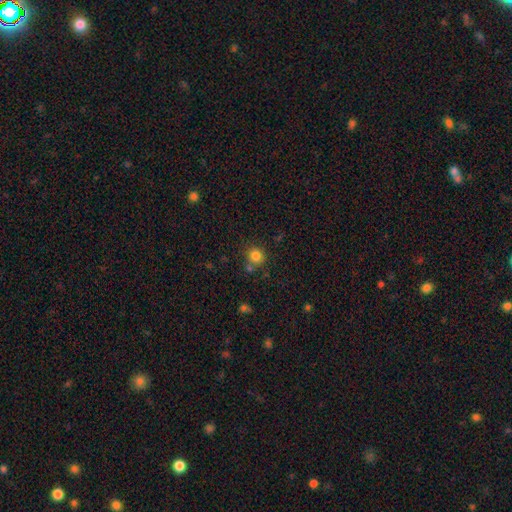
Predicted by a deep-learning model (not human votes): smooth-or-featured: smooth: 82% | star or artifact: 13% | featured or disk: 6%
  how-rounded: round: 90% | in between: 9% | cigar-shaped: 1%
  merging: none: 74% | merger: 12% | minor disturbance: 10% | major disturbance: 4%